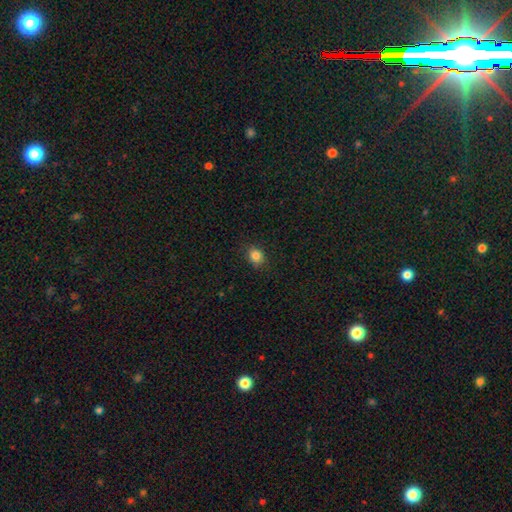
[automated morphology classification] The model was most divided on "how rounded": round: 62%, in between: 37%, cigar-shaped: 1%. More confident: merging — none (86%); smooth or featured — smooth (84%).